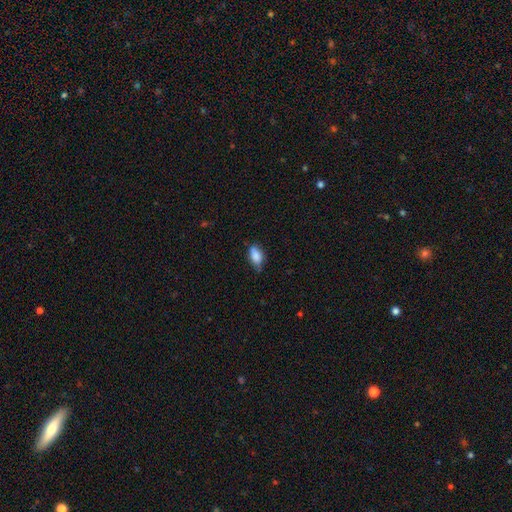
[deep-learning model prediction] smooth-or-featured: smooth: 80% | featured or disk: 12% | star or artifact: 8%
  how-rounded: in between: 88% | cigar-shaped: 6% | round: 5%
  merging: none: 58% | minor disturbance: 33% | major disturbance: 7% | merger: 3%